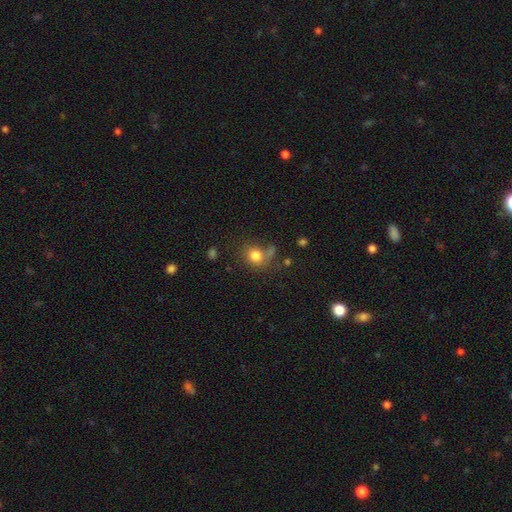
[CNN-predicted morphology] smooth-or-featured: smooth: 80% | star or artifact: 12% | featured or disk: 8%
  how-rounded: round: 68% | in between: 31% | cigar-shaped: 1%
  merging: none: 58% | minor disturbance: 18% | merger: 14% | major disturbance: 10%